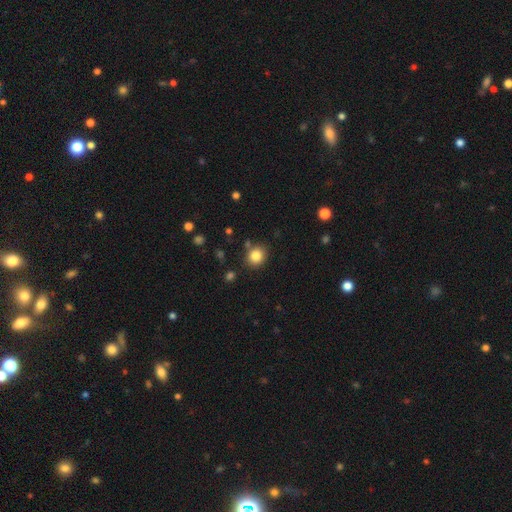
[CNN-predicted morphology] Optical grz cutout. It shows a smooth galaxy with no disk features (83%) that is round (78%). Merging: none (83%).